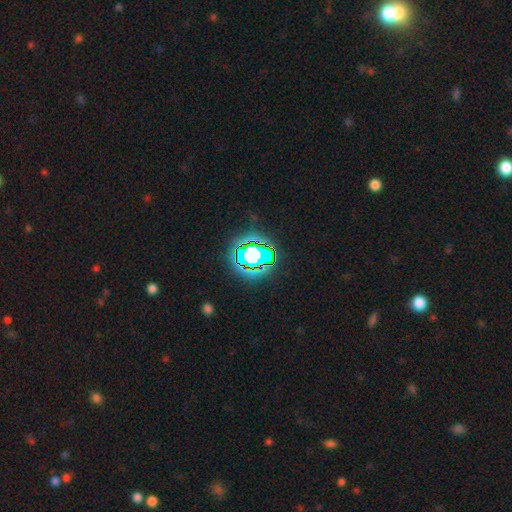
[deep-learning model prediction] Smooth or featured? Predicted: star or artifact (p=0.67).